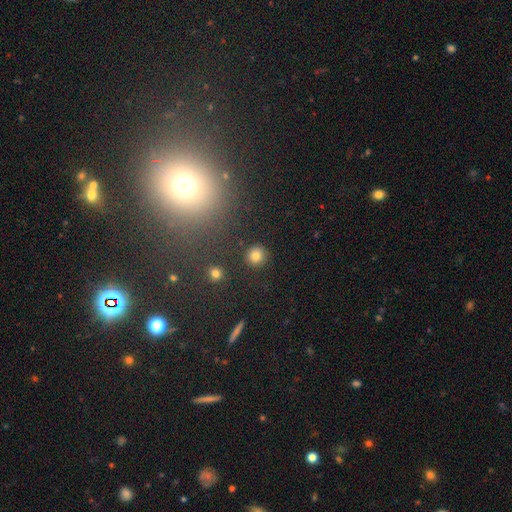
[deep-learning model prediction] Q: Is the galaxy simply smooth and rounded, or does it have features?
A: smooth — 82%.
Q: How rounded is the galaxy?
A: round — 93%.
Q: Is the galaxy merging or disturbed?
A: none — 90%.